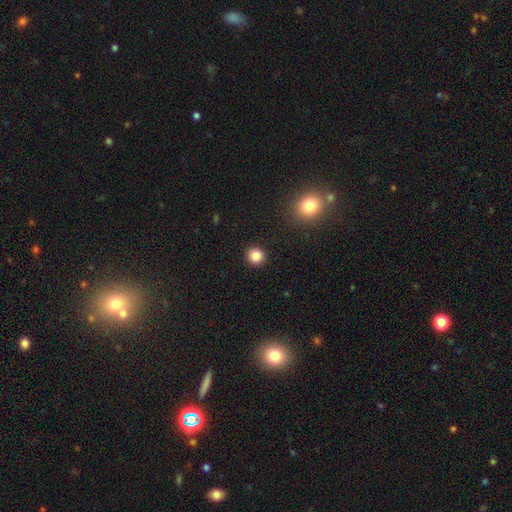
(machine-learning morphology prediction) The model was most divided on "smooth or featured": smooth: 85%, star or artifact: 11%, featured or disk: 4%. More confident: merging — none (92%); how rounded — round (89%).